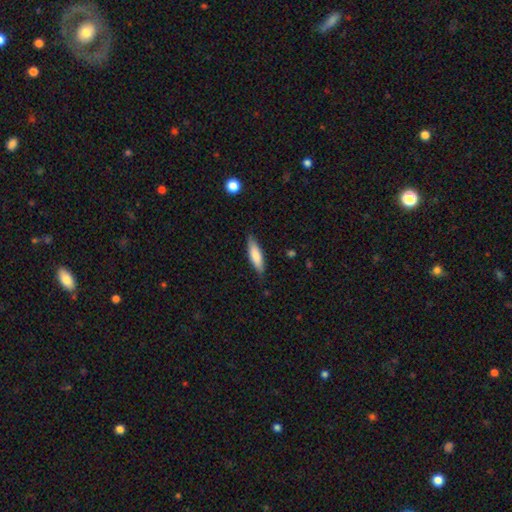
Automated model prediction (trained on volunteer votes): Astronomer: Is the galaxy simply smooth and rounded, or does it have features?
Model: smooth — 77%.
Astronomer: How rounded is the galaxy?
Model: cigar-shaped — 62%.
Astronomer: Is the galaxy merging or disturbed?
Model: none — 84%.